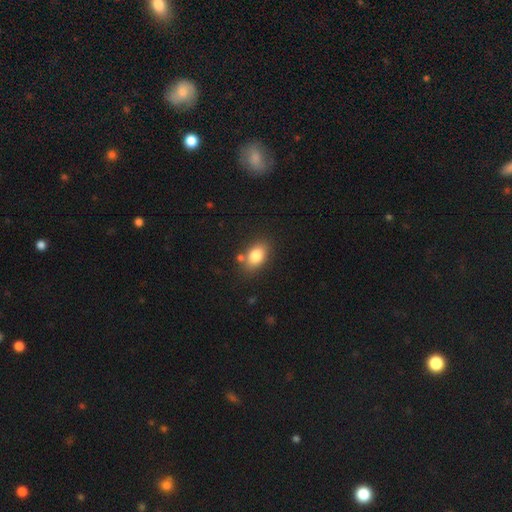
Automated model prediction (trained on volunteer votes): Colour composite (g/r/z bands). It shows a smooth galaxy with no disk features (82%) that is in between round and cigar-shaped (84%). Merging: none (77%).